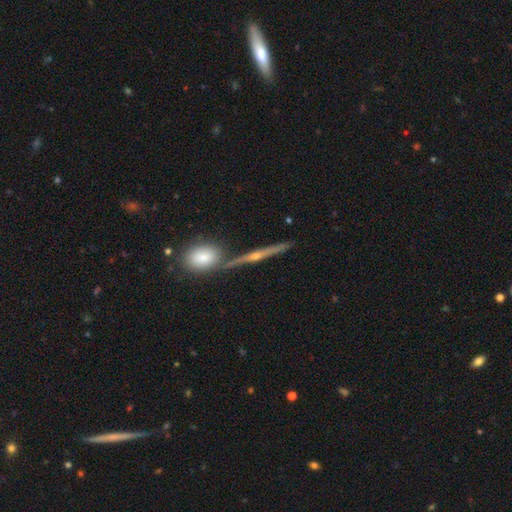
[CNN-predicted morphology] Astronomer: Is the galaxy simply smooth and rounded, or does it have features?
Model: featured or disk — 76%.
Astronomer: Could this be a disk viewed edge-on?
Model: yes — 95%.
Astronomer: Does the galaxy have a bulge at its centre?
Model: rounded — 79%.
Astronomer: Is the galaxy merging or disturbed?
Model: none — 69%.